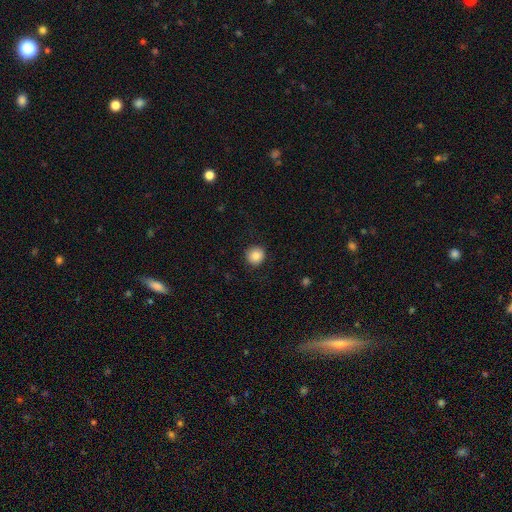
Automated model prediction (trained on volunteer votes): Morphology: type=smooth (84%); roundness=round (93%); merging=none (91%).